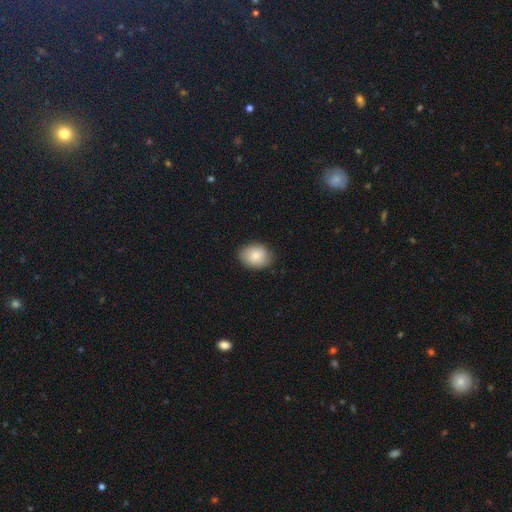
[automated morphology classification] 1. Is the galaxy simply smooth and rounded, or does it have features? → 82% smooth, 11% featured or disk, 7% star or artifact.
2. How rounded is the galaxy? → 60% in between, 39% round, 1% cigar-shaped.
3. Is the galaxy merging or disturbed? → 82% none, 14% minor disturbance, 3% major disturbance, 1% merger.